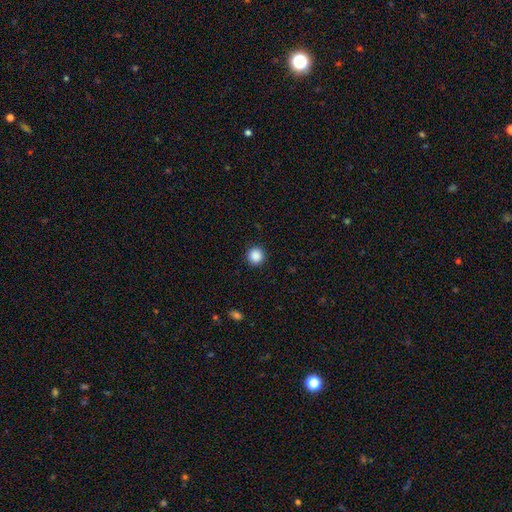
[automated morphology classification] smooth-or-featured: smooth: 88% | star or artifact: 10% | featured or disk: 2%
  how-rounded: round: 95% | in between: 4% | cigar-shaped: 1%
  merging: none: 92% | minor disturbance: 5% | major disturbance: 2% | merger: 1%